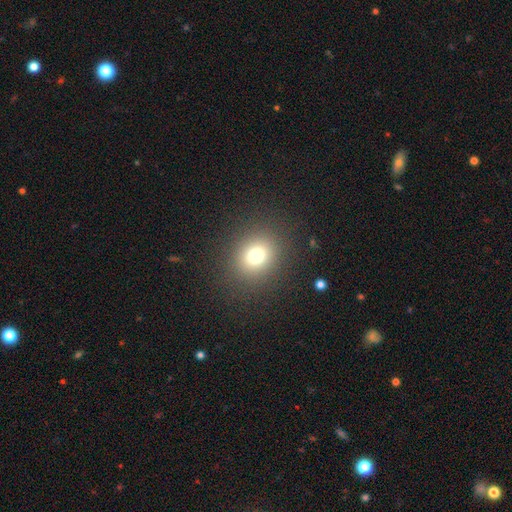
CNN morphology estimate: smooth 75%, star or artifact 17%, featured or disk 9%. Down the decision tree: how rounded — round (71%); merging — none (88%).